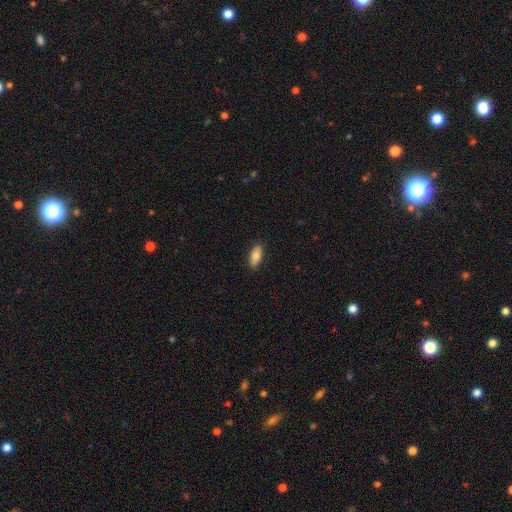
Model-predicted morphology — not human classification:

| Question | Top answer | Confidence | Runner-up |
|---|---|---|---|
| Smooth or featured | smooth | 80% | featured or disk (14%) |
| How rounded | in between | 88% | cigar-shaped (10%) |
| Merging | none | 87% | minor disturbance (10%) |